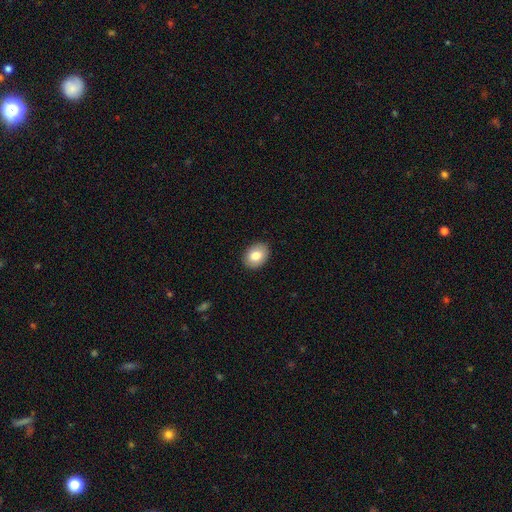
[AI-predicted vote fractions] Overall: smooth (83%). How rounded: in between (67%; round 32%). Merging: none (90%).